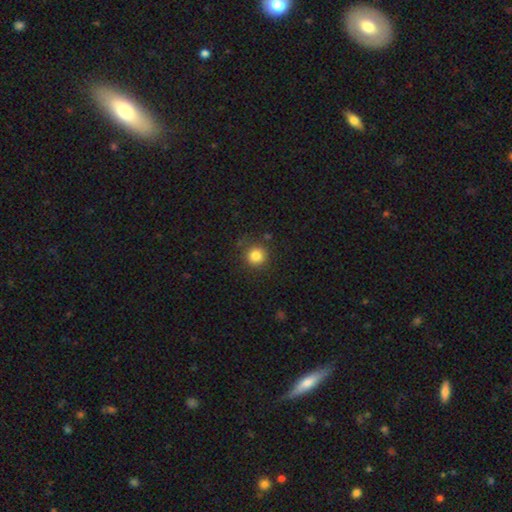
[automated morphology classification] smooth 82%, star or artifact 12%, featured or disk 6%. Down the decision tree: how rounded — round (93%); merging — none (85%).